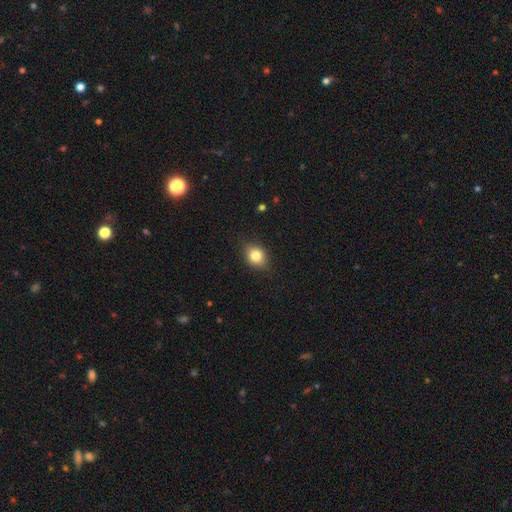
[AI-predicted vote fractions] A smooth galaxy with no disk features (79%) that is round (51%). Merging: none (81%).